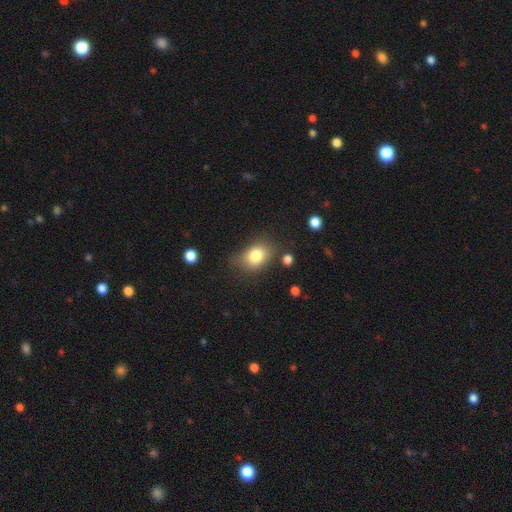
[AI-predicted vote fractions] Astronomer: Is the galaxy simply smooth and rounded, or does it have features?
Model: smooth — 79%.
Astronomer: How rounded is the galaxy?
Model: in between — 68%.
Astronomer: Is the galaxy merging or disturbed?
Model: none — 65%.